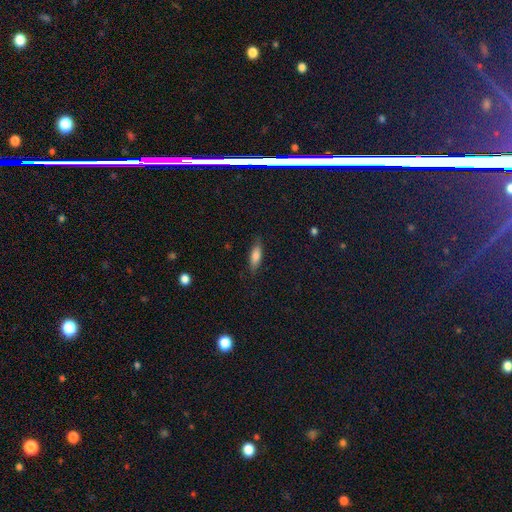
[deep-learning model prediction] smooth_or_featured: smooth (p=0.79) [alt: featured or disk p=0.13]
how_rounded: in between (p=0.60) [alt: cigar-shaped p=0.38]
merging: none (p=0.80) [alt: minor disturbance p=0.15]